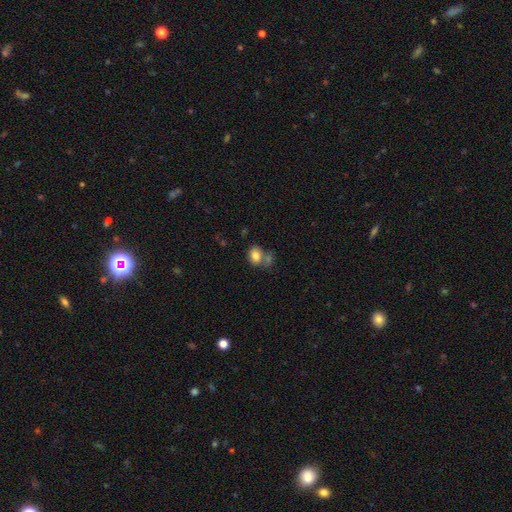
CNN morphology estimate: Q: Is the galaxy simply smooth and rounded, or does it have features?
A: smooth — 81%.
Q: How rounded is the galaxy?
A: in between — 59%.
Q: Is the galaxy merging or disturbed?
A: none — 44%.